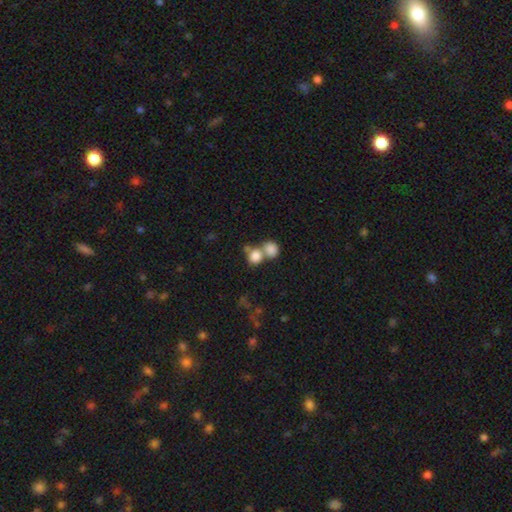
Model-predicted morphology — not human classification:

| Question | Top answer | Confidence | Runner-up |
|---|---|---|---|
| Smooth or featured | smooth | 81% | star or artifact (10%) |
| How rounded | round | 77% | in between (22%) |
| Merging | merger | 53% | none (37%) |